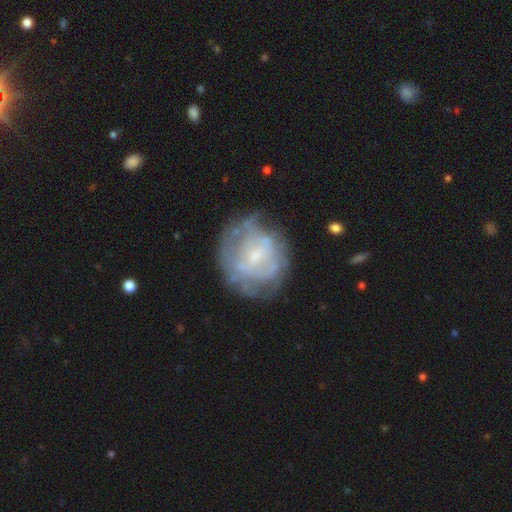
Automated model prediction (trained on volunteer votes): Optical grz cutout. It shows a featured or disk galaxy (60%) with no bar (54%), no spiral arms (57%) and a small central bulge (58%). Merging: none (62%).